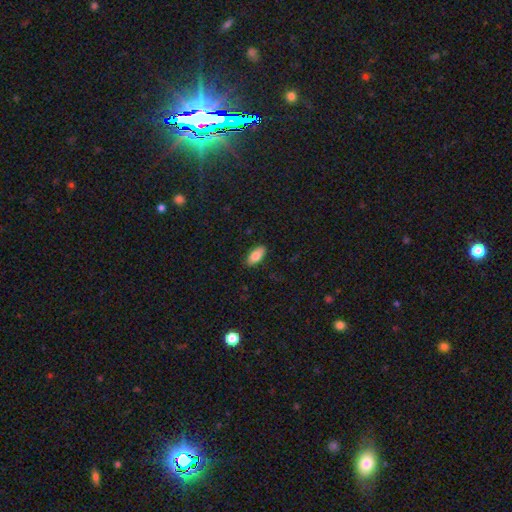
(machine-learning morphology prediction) Smooth or featured? Predicted: smooth (p=0.80). How rounded? Predicted: in between (p=0.89). Merging? Predicted: none (p=0.88).